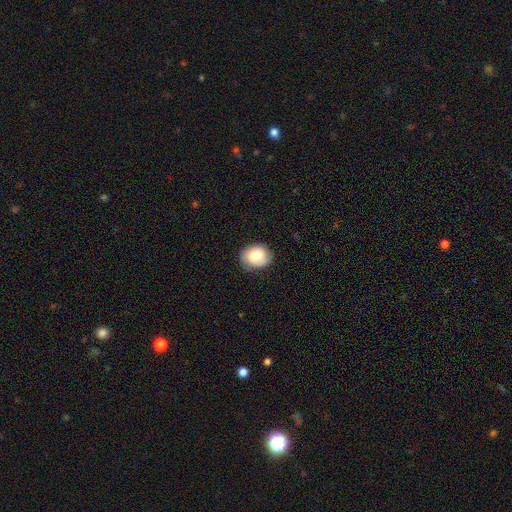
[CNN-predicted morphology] This appears to be a smooth galaxy with no disk features (70%) that is round (51%). Merging: none (79%).